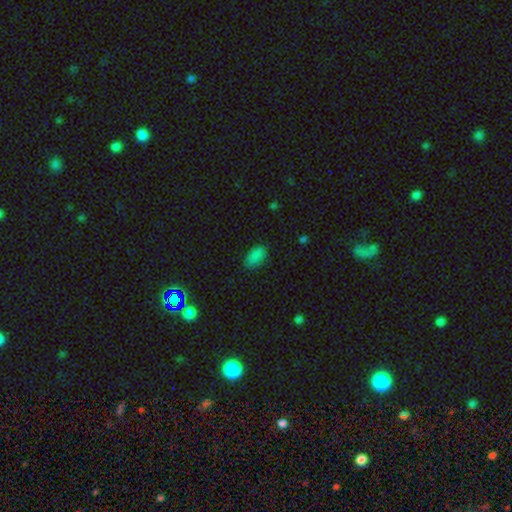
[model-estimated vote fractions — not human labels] Morphology: type=smooth (85%); roundness=in between (93%); merging=none (81%).